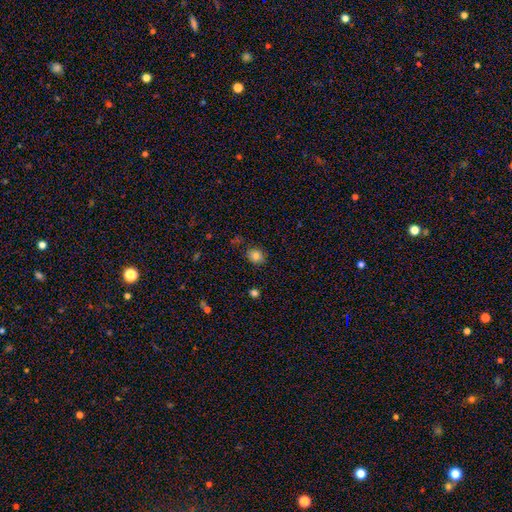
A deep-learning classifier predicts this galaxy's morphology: This appears to be a smooth galaxy with no disk features (81%) that is round (64%). Merging: none (84%).